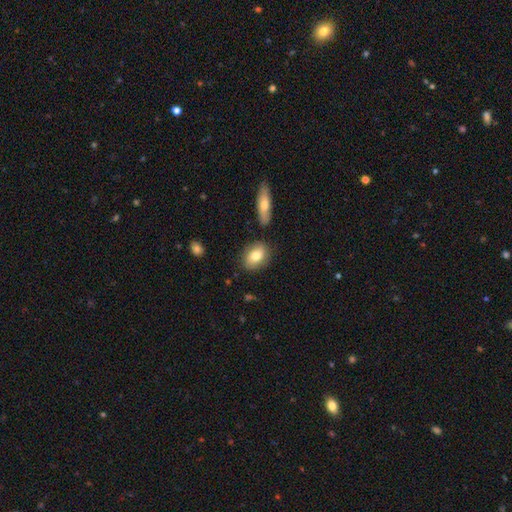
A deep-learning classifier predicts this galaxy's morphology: This is likely a smooth galaxy (77%). How rounded: likely in between (74%). Merging: clearly none (81%).